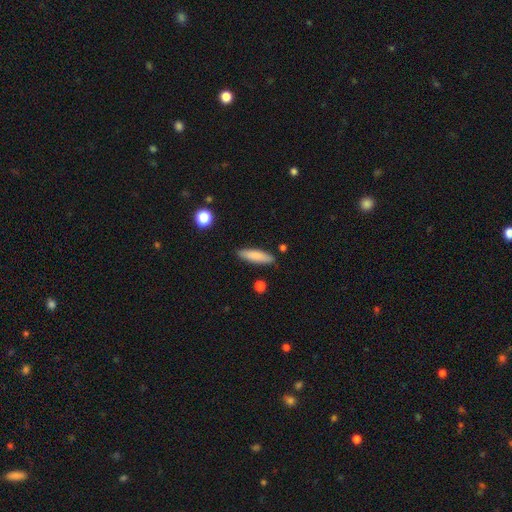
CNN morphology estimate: type=smooth (82%); roundness=cigar-shaped (66%); merging=none (87%).